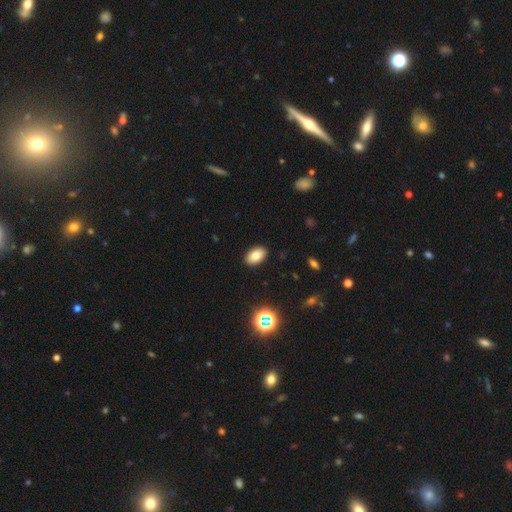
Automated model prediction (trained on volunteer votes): Q: Smooth or featured?
A: smooth (78%); runner-up: star or artifact (11%)
Q: How rounded?
A: in between (92%); runner-up: round (7%)
Q: Merging?
A: none (90%); runner-up: minor disturbance (7%)